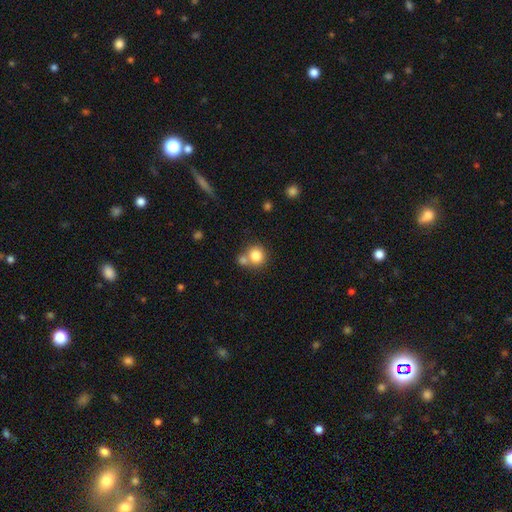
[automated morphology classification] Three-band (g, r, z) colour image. It shows a smooth galaxy with no disk features (81%) that is round (88%). Merging: none (55%).